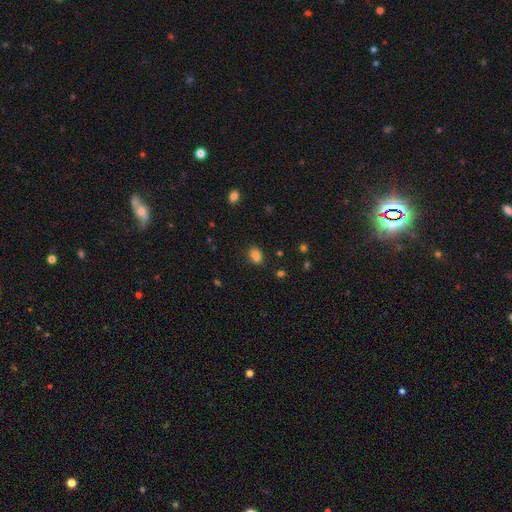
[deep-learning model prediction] Smooth or featured? Predicted: smooth (p=0.84). How rounded? Predicted: in between (p=0.80). Merging? Predicted: none (p=0.81).